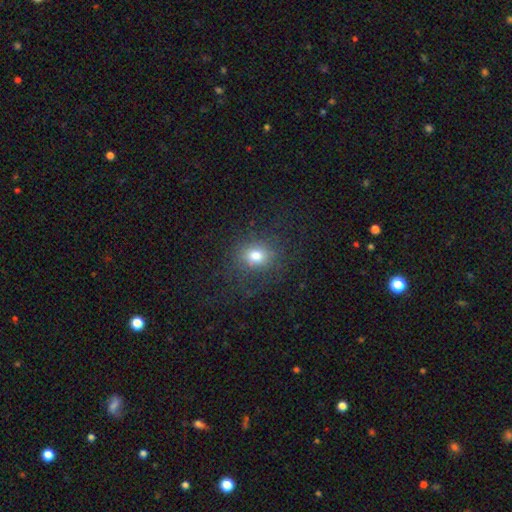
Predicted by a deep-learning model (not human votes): This is likely a smooth galaxy (76%). How rounded: likely round (66%). Merging: likely none (76%).